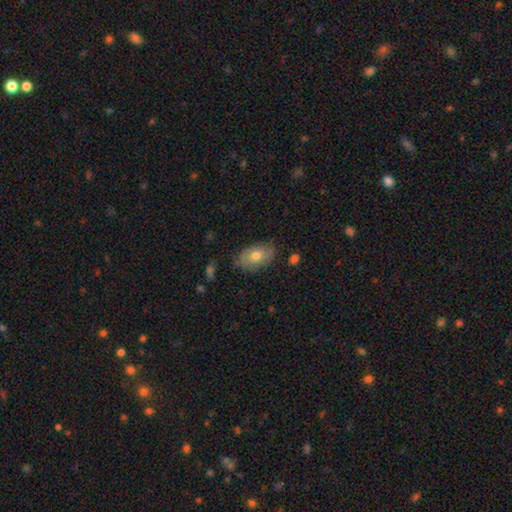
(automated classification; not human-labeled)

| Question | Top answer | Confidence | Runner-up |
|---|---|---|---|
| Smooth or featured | smooth | 64% | featured or disk (28%) |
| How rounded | in between | 90% | round (8%) |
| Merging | none | 77% | minor disturbance (18%) |